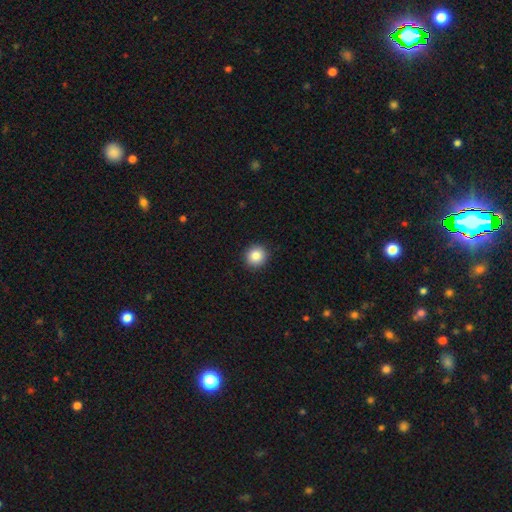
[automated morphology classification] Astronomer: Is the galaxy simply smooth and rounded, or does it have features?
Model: smooth — 86%.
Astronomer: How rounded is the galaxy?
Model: round — 91%.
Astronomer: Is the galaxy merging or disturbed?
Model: none — 92%.